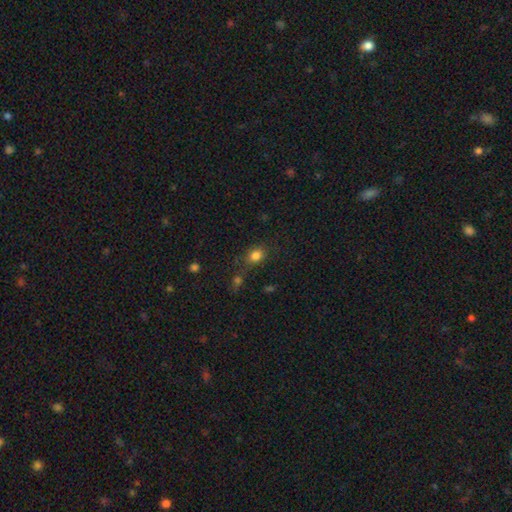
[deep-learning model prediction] This is clearly a smooth galaxy (81%). How rounded: possibly in between (50%). Merging: likely none (70%).